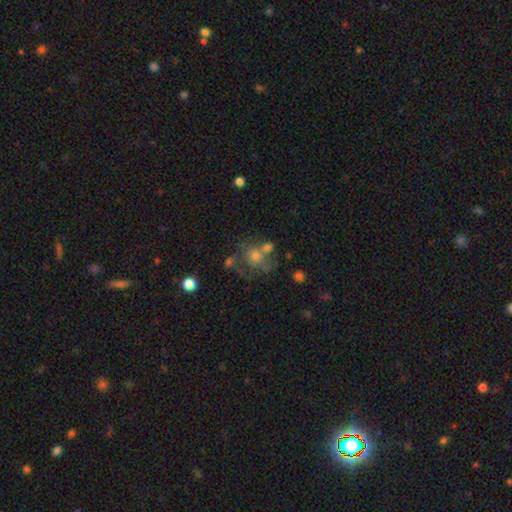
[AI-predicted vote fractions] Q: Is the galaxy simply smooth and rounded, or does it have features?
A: smooth — 47%.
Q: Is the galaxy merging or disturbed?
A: none — 40%.